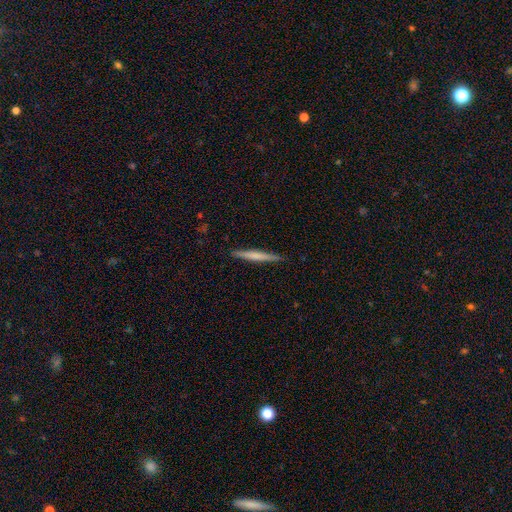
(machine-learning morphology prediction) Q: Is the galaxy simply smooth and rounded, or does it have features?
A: smooth — 55%.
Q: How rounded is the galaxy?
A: cigar-shaped — 96%.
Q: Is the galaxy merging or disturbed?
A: none — 91%.